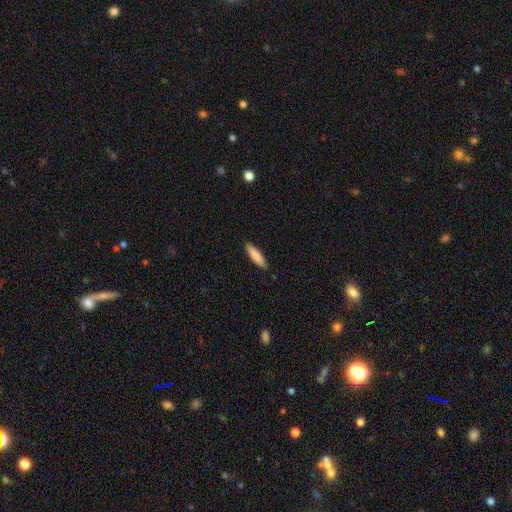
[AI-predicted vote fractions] Smooth or featured: smooth — 84% (featured or disk — 10%)
How rounded: cigar-shaped — 72% (in between — 27%)
Merging: none — 90% (minor disturbance — 8%)